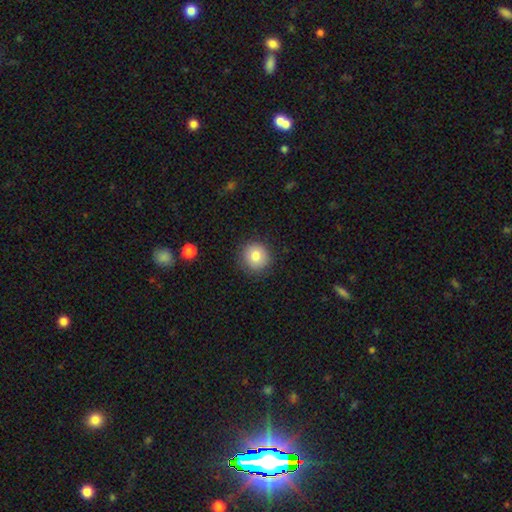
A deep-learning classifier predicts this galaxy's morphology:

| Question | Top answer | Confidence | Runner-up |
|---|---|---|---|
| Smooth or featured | smooth | 81% | star or artifact (10%) |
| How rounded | round | 92% | in between (7%) |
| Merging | none | 88% | minor disturbance (9%) |